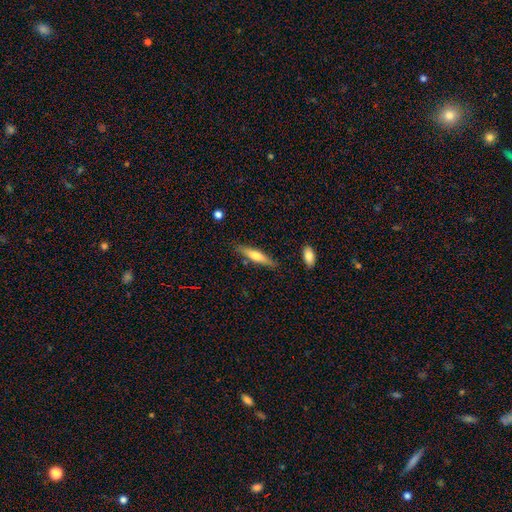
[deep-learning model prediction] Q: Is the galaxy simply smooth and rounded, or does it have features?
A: smooth — 56%.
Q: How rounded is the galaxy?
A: cigar-shaped — 81%.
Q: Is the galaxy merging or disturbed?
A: none — 83%.